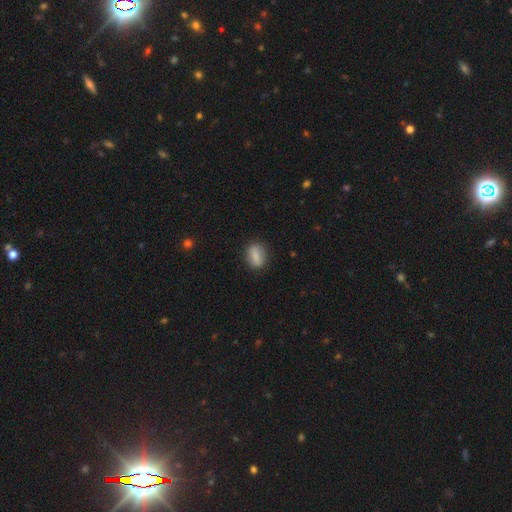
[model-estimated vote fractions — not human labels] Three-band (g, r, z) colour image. It shows a smooth galaxy with no disk features (82%) that is in between round and cigar-shaped (72%). Merging: none (84%).